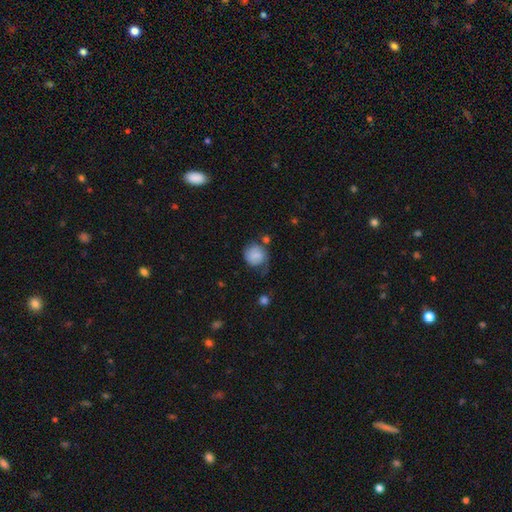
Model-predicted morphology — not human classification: Overall: smooth (73%). How rounded: round (82%). Merging: none (48%; minor disturbance 29%).